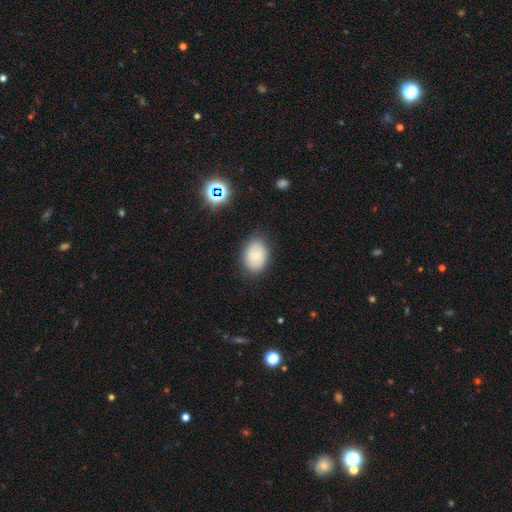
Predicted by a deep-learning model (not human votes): Smooth or featured? Predicted: smooth (p=0.75). How rounded? Predicted: in between (p=0.77). Merging? Predicted: none (p=0.80).